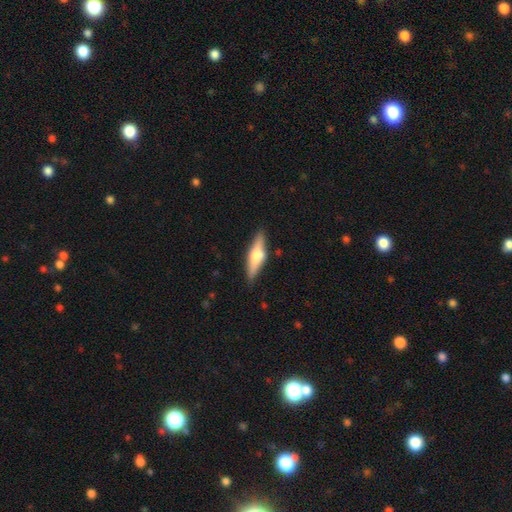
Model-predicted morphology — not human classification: Smooth or featured?
  - featured or disk: 51% *
  - smooth: 43%
  - star or artifact: 6%
Edge-on disk?
  - yes: 94% *
  - no: 6%
Merging?
  - none: 84% *
  - minor disturbance: 12%
  - major disturbance: 3%
  - merger: 2%